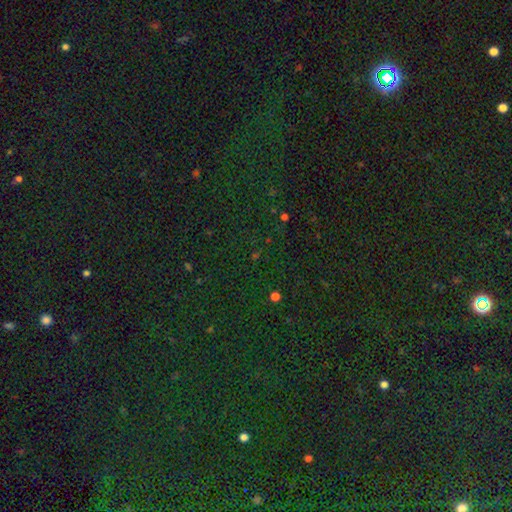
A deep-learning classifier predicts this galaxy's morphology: Q: Smooth or featured?
A: star or artifact (72%); runner-up: smooth (21%)